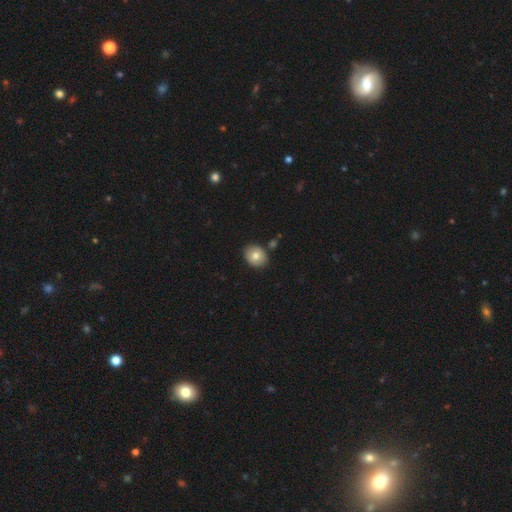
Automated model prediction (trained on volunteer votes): This appears to be a smooth galaxy with no disk features (77%) that is round (59%). Merging: none (83%).